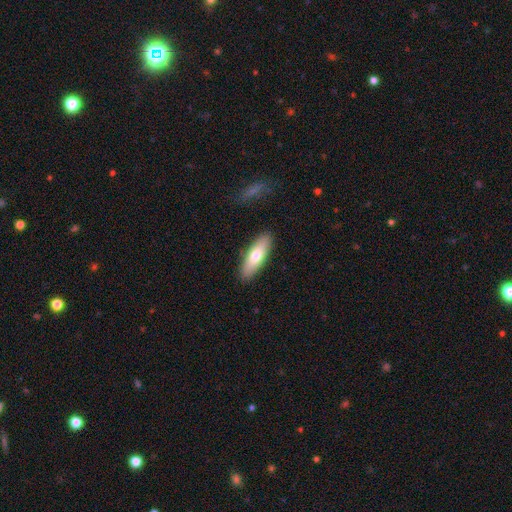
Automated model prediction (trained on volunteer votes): Smooth or featured: smooth — 70% (featured or disk — 24%)
How rounded: in between — 55% (cigar-shaped — 43%)
Merging: none — 88% (minor disturbance — 8%)